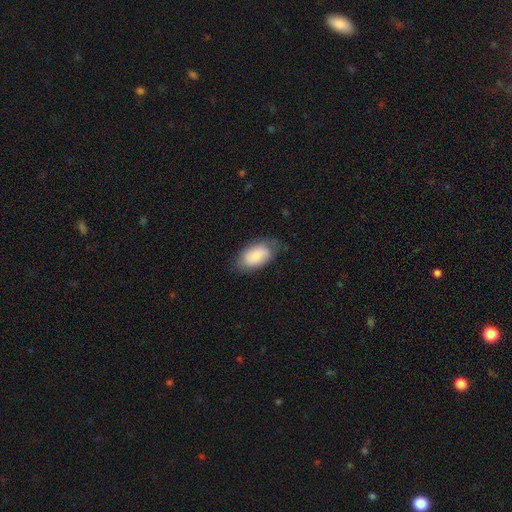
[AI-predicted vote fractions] smooth_or_featured: smooth (p=0.73) [alt: featured or disk p=0.20]
how_rounded: in between (p=0.94) [alt: round p=0.04]
merging: none (p=0.68) [alt: minor disturbance p=0.25]